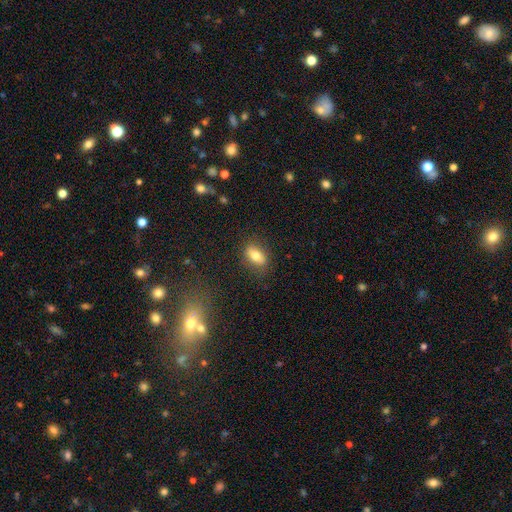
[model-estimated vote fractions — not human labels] The model was most divided on "smooth or featured": smooth: 76%, featured or disk: 15%, star or artifact: 9%. More confident: how rounded — in between (83%); merging — none (82%).